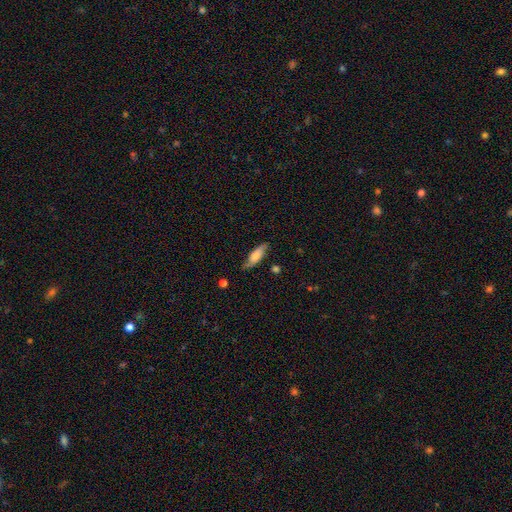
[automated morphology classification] The model was most divided on "how rounded": in between: 53%, cigar-shaped: 44%, round: 2%. More confident: merging — none (73%); smooth or featured — smooth (62%).